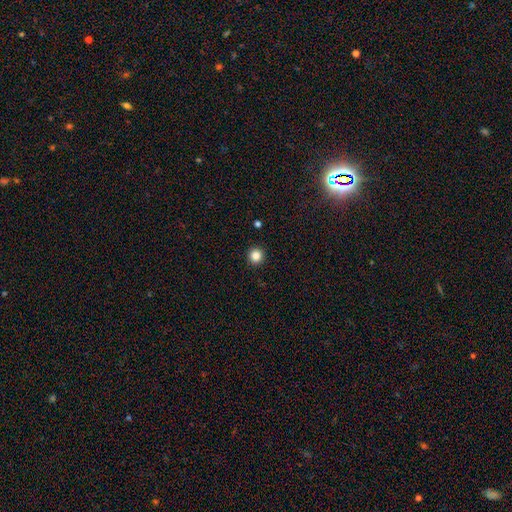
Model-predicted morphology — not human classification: This is clearly a smooth galaxy (85%). How rounded: clearly round (94%). Merging: clearly none (93%).